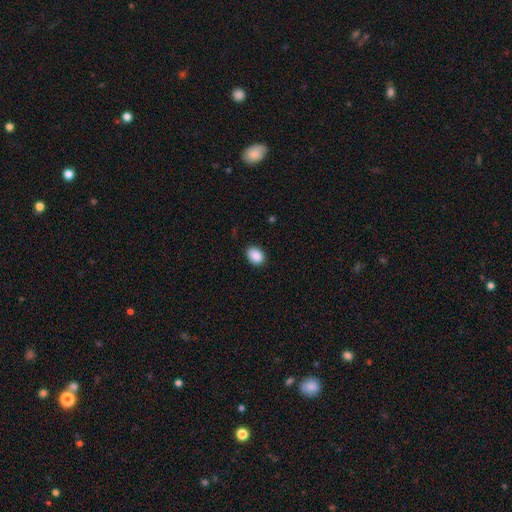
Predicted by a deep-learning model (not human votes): Overall: smooth (90%). How rounded: in between (69%). Merging: none (87%).